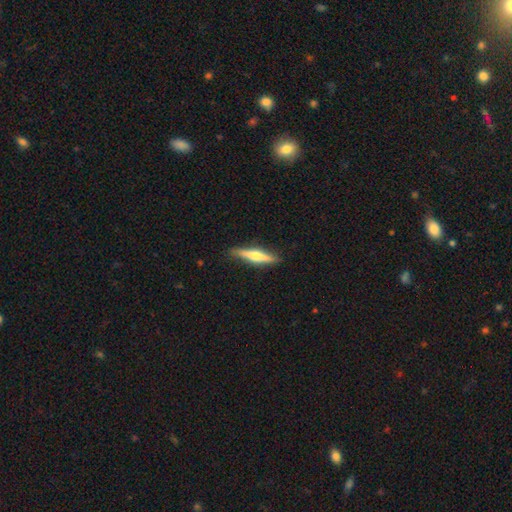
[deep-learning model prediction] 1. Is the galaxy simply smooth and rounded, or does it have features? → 52% featured or disk, 42% smooth, 6% star or artifact.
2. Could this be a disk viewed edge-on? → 96% yes, 4% no.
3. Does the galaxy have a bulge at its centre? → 84% rounded, 9% none, 8% boxy.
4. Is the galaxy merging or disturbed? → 88% none, 9% minor disturbance, 2% major disturbance, 1% merger.